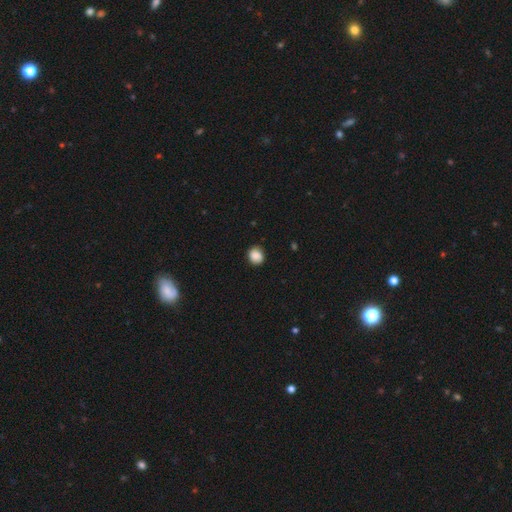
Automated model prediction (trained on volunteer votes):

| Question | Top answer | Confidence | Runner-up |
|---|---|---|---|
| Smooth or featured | smooth | 88% | star or artifact (9%) |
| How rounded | round | 74% | in between (25%) |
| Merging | none | 84% | minor disturbance (13%) |